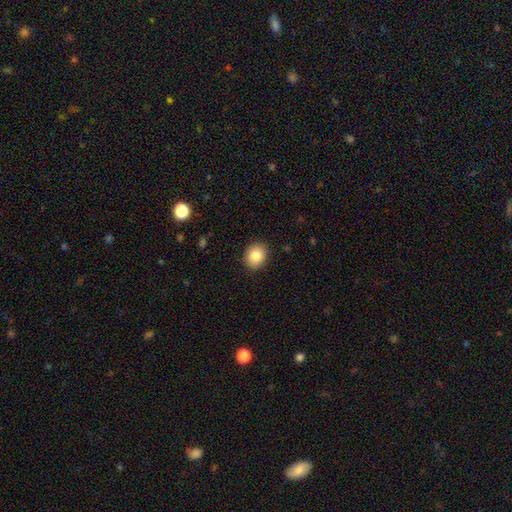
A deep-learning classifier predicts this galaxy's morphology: Smooth or featured: smooth — 85% (star or artifact — 9%)
How rounded: round — 56% (in between — 43%)
Merging: none — 90% (minor disturbance — 8%)